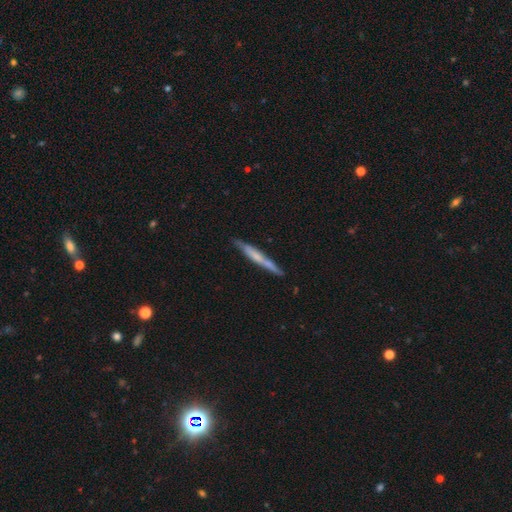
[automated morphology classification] The model was most divided on "smooth or featured": smooth: 48%, featured or disk: 47%, star or artifact: 6%. More confident: merging — none (80%).